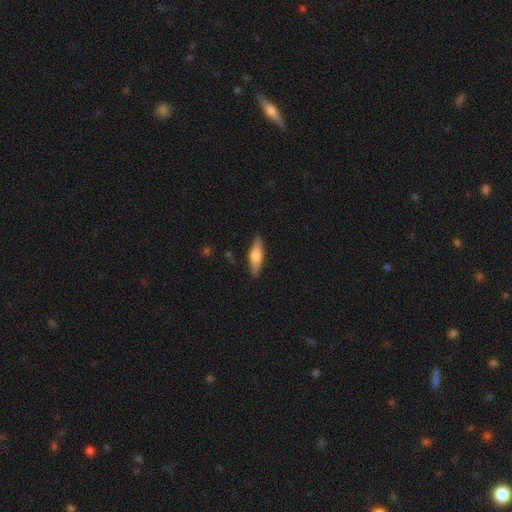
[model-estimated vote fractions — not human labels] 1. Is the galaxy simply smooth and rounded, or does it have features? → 61% smooth, 33% featured or disk, 6% star or artifact.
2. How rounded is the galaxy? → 60% cigar-shaped, 37% in between, 2% round.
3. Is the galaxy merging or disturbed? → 88% none, 9% minor disturbance, 2% major disturbance, 1% merger.